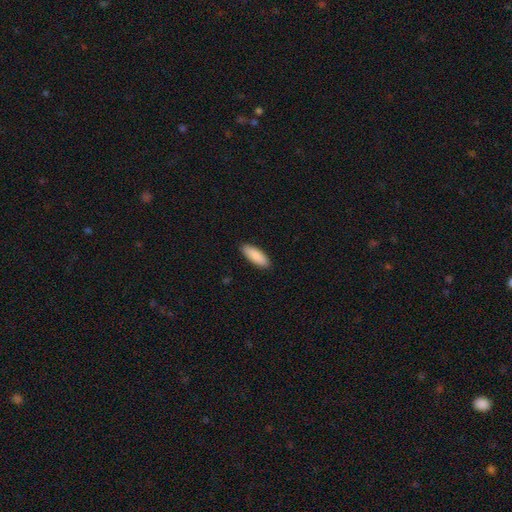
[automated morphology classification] type=smooth (89%); roundness=in between (65%); merging=none (91%).